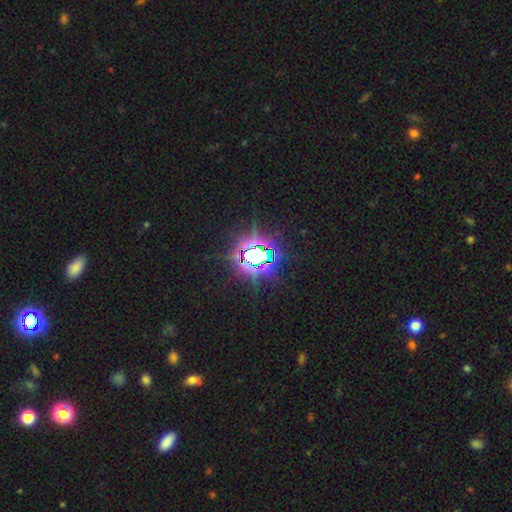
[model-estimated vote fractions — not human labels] Smooth or featured? Predicted: star or artifact (p=0.82).